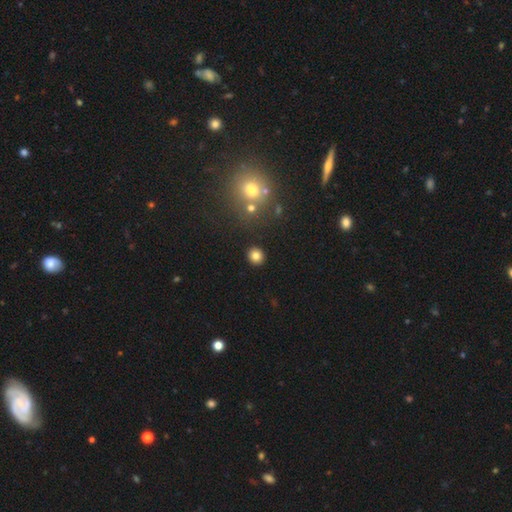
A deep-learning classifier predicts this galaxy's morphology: Smooth or featured? smooth (81%)
How rounded? round (88%)
Merging? none (90%)